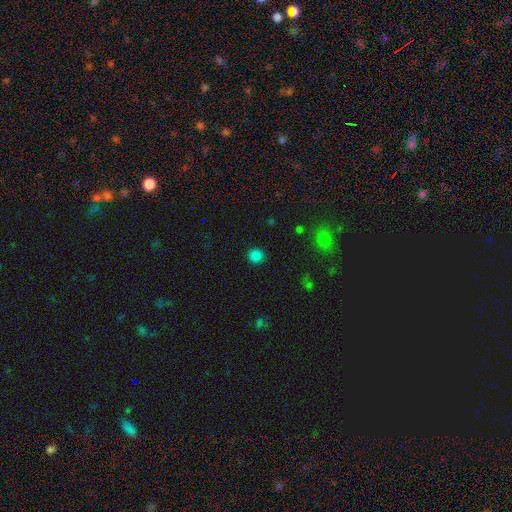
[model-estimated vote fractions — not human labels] The model was most divided on "smooth or featured": smooth: 82%, star or artifact: 13%, featured or disk: 4%. More confident: merging — none (91%); how rounded — round (91%).